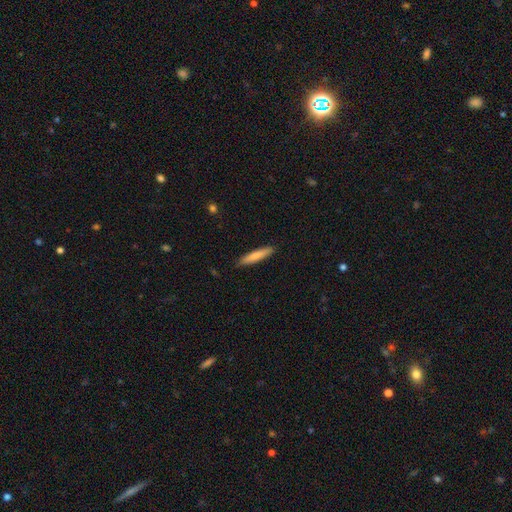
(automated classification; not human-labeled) A smooth galaxy with no disk features (79%) that is cigar-shaped (90%).

Vote fractions:
- Smooth or featured? smooth: 79% / featured or disk: 16% / star or artifact: 5%
- How rounded? cigar-shaped: 90% / in between: 9% / round: 1%
- Merging? none: 89% / minor disturbance: 8% / major disturbance: 2% / merger: 1%